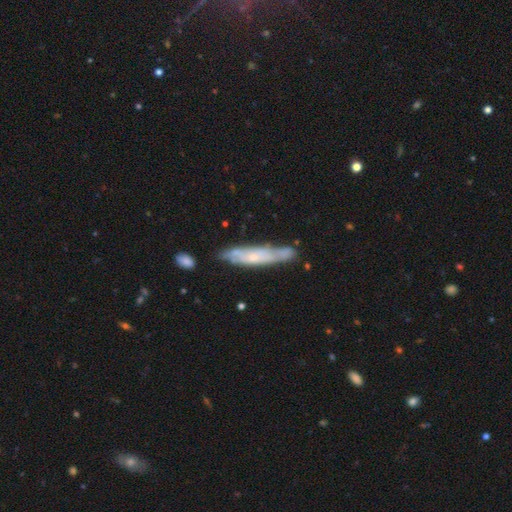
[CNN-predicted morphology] The model was most divided on "edge-on disk": yes: 57%, no: 43%. More confident: merging — none (71%); smooth or featured — featured or disk (59%).